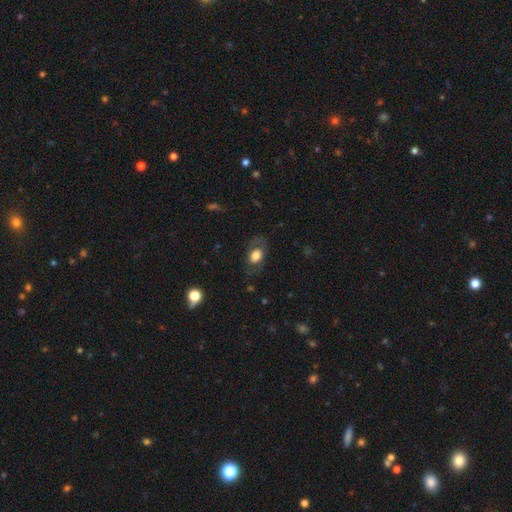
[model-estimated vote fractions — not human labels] smooth_or_featured: smooth (p=0.67) [alt: featured or disk p=0.24]
how_rounded: in between (p=0.81) [alt: round p=0.17]
merging: none (p=0.68) [alt: minor disturbance p=0.18]